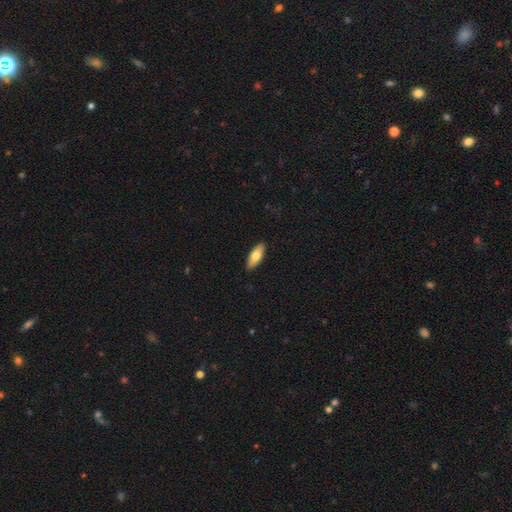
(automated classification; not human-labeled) Smooth or featured? smooth (73%)
How rounded? in between (74%)
Merging? none (90%)